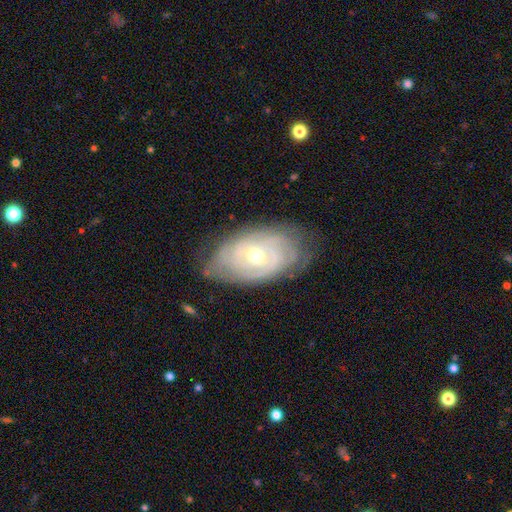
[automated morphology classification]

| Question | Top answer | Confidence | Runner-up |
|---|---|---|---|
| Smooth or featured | featured or disk | 83% | smooth (11%) |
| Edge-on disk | no | 94% | yes (6%) |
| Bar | weak | 44% | no (41%) |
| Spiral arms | yes | 92% | no (8%) |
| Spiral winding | tight | 75% | medium (20%) |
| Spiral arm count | can't tell | 44% | 2 (23%) |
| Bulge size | moderate | 55% | small (42%) |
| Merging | none | 71% | minor disturbance (22%) |